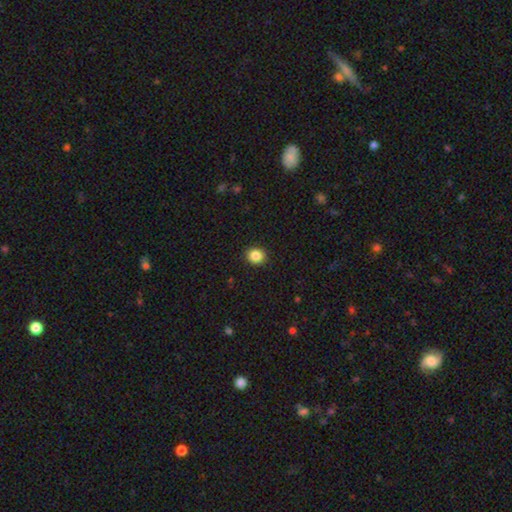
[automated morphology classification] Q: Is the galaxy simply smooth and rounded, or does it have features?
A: smooth — 86%.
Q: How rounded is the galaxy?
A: round — 75%.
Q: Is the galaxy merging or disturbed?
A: none — 92%.